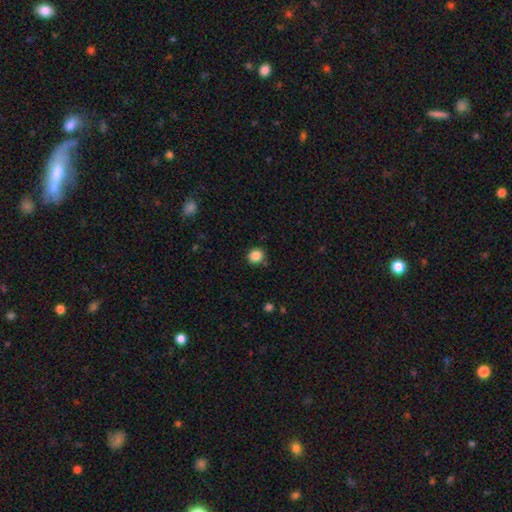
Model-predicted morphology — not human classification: The model was most divided on "how rounded": round: 82%, in between: 18%, cigar-shaped: 1%. More confident: smooth or featured — smooth (86%); merging — none (85%).